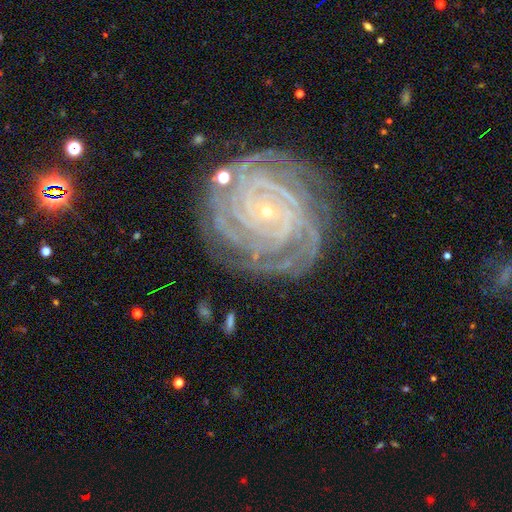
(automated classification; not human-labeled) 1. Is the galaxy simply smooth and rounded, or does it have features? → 90% featured or disk, 6% star or artifact, 4% smooth.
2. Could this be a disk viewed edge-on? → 98% no, 2% yes.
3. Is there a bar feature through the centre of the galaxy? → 73% no, 17% weak, 10% strong.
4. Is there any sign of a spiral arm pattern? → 98% yes, 2% no.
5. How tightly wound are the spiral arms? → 84% tight, 14% medium, 2% loose.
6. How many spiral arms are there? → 30% 4, 23% more than 4, 16% 3, 14% can't tell, 11% 2, 7% 1.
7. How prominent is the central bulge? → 87% small, 9% moderate, 1% none, 1% large, 1% dominant.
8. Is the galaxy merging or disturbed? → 76% none, 16% minor disturbance, 6% major disturbance, 3% merger.